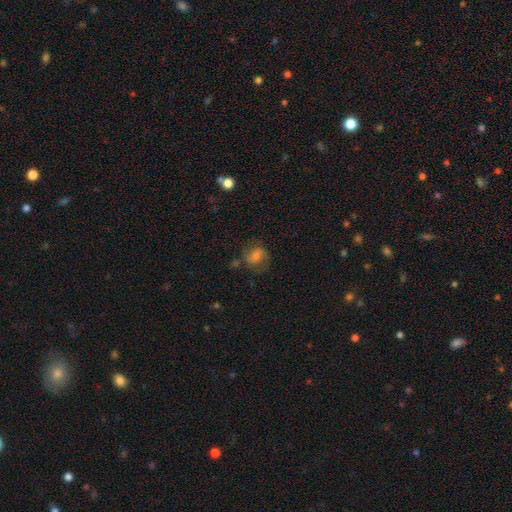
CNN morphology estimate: smooth 58%, featured or disk 24%, star or artifact 19%. Down the decision tree: how rounded — round (51%); merging — none (62%).